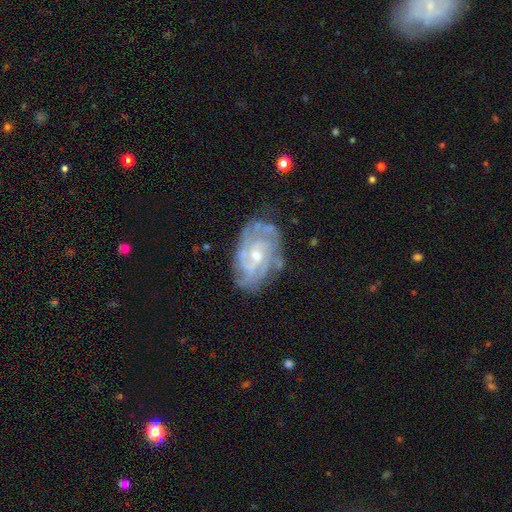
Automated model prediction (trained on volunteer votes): A featured or disk galaxy (85%) with no bar (67%), tight (61%) spiral arms (93%) and a small central bulge (54%). Merging: none (70%).